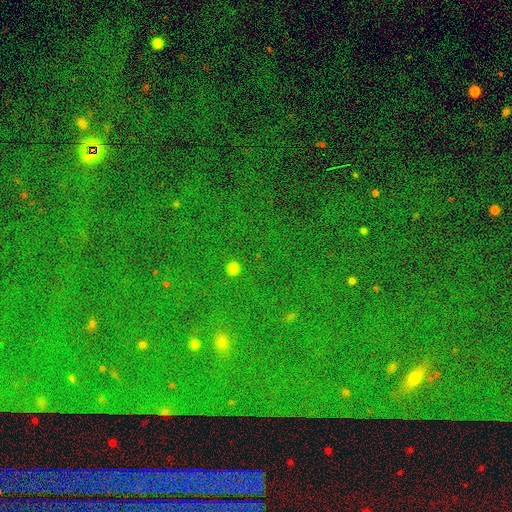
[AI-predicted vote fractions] Smooth or featured: star or artifact — 83% (smooth — 9%)